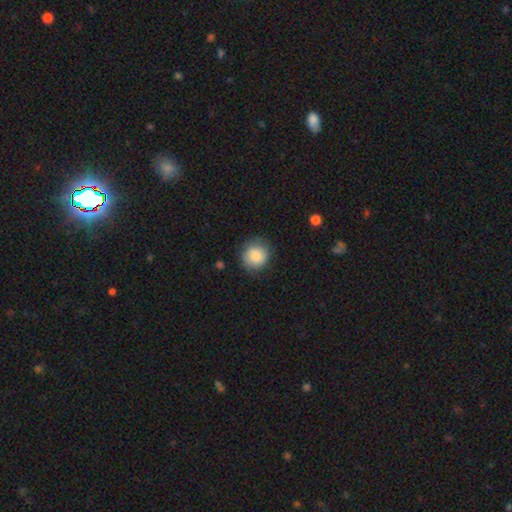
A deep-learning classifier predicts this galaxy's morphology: type=smooth (85%); roundness=round (86%); merging=none (82%).